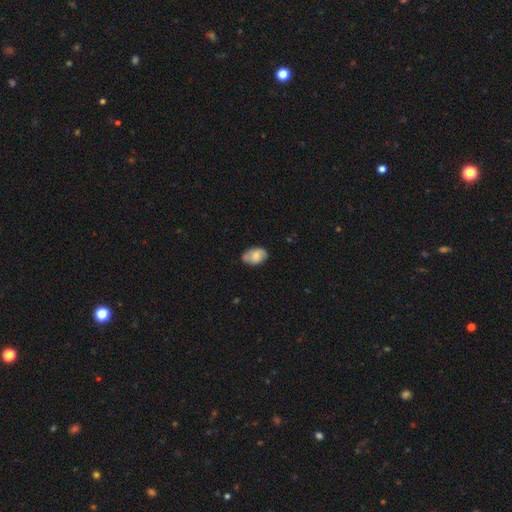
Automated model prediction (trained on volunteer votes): This is likely a smooth galaxy (62%). How rounded: clearly in between (88%). Merging: likely none (69%).